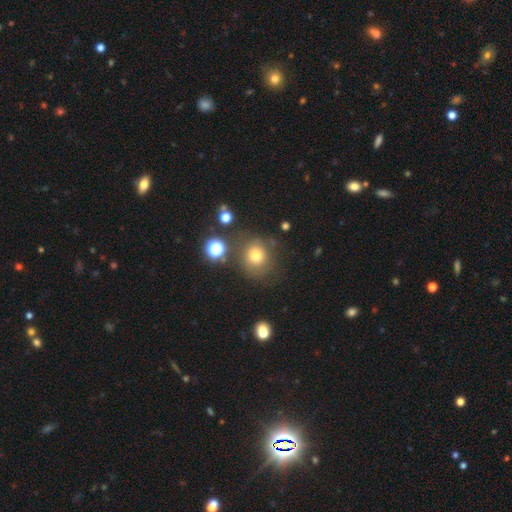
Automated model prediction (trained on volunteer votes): A smooth galaxy with no disk features (72%) that is round (77%). Merging: none (71%).